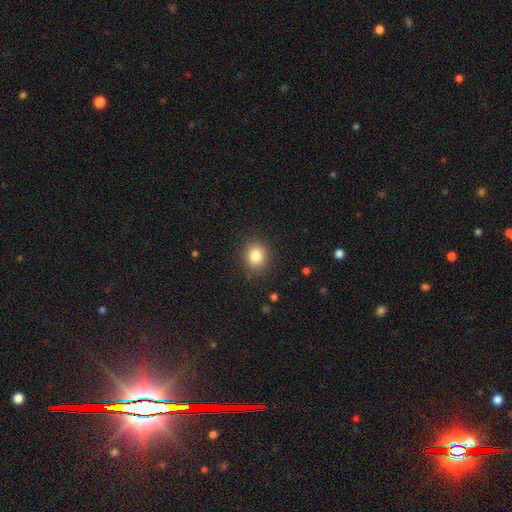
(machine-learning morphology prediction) Smooth or featured: smooth — 83% (star or artifact — 10%)
How rounded: round — 73% (in between — 26%)
Merging: none — 87% (minor disturbance — 9%)